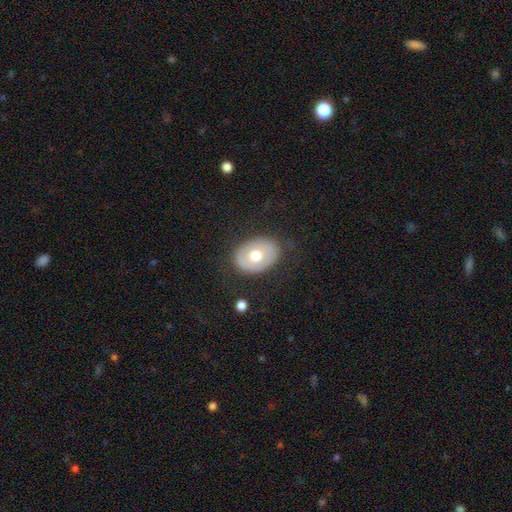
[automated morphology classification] type=smooth (61%); roundness=in between (75%); merging=none (79%).